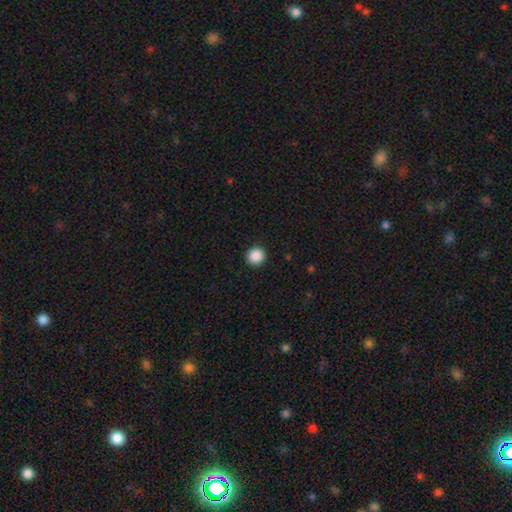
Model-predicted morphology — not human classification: smooth 88%, star or artifact 9%, featured or disk 3%. Down the decision tree: how rounded — round (94%); merging — none (92%).